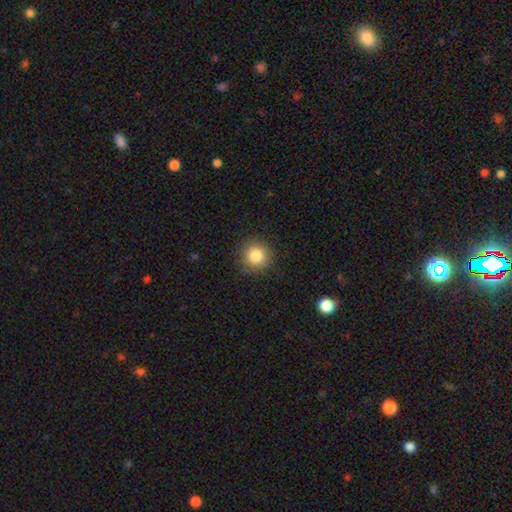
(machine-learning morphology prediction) This appears to be a smooth galaxy with no disk features (83%) that is round (94%). Merging: none (89%).